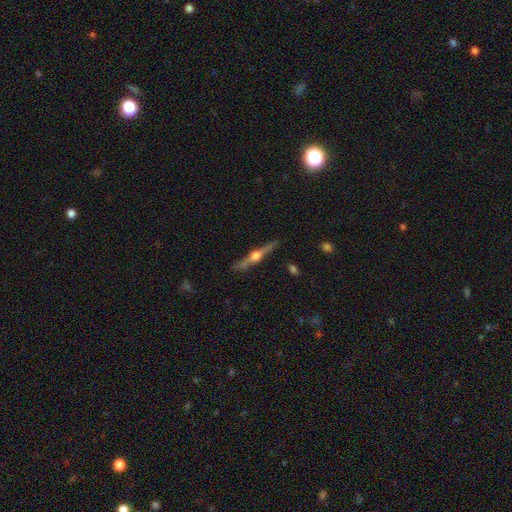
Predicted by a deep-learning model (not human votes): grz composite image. It shows a featured or disk galaxy (80%) viewed edge-on (98%) with a rounded central bulge (96%). Merging: none (87%).